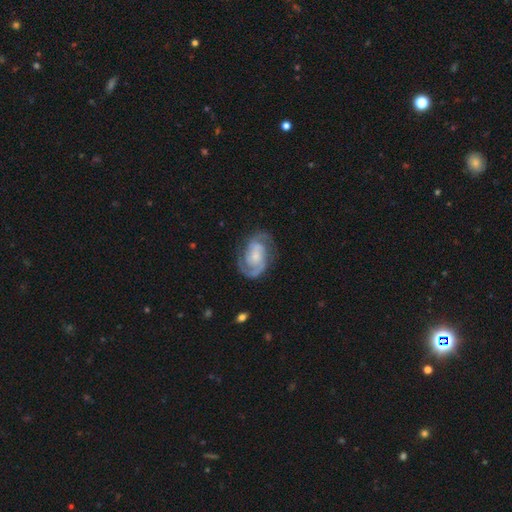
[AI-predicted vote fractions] Overall: featured or disk (88%). Edge-on disk: no (98%). Bar: no (60%; weak 33%). Spiral arms: yes (97%). Spiral arm count: 2 (85%). Spiral winding: medium (47%; tight 43%). Bulge size: small (47%; moderate 34%). Merging: none (74%).